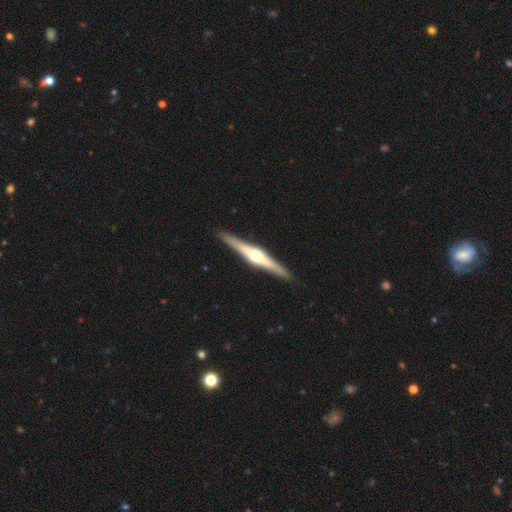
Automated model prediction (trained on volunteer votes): Overall: featured or disk (81%). Edge-on disk: yes (98%). Edge-on bulge: rounded (89%). Merging: none (92%).